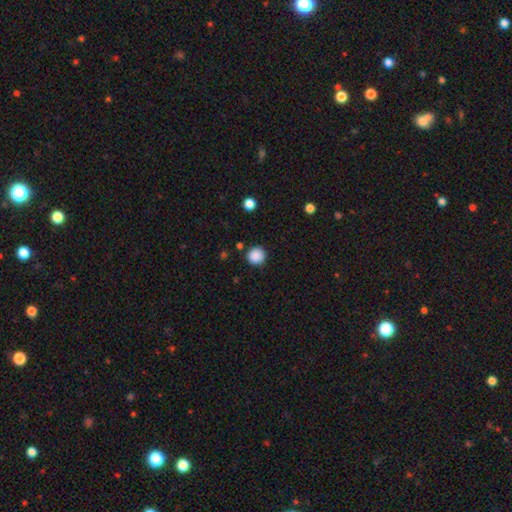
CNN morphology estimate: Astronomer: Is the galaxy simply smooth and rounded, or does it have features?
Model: smooth — 88%.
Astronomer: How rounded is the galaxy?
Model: round — 93%.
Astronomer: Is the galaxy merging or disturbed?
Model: none — 89%.